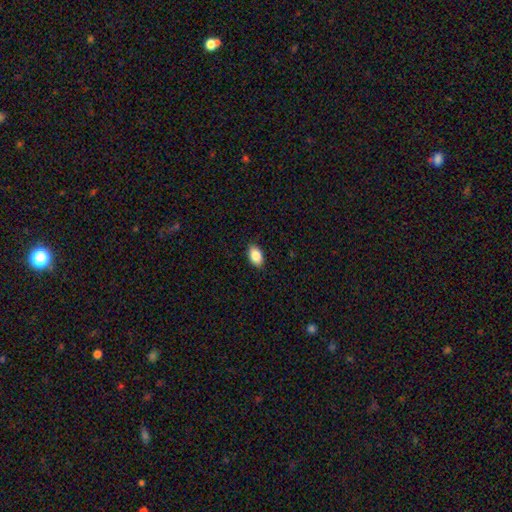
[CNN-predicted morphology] This appears to be a smooth galaxy with no disk features (86%) that is in between round and cigar-shaped (91%). Merging: none (89%).